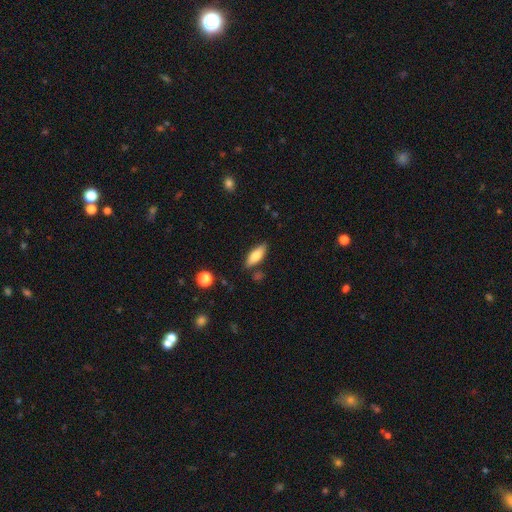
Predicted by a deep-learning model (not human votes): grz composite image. It shows a smooth galaxy with no disk features (73%) that is in between round and cigar-shaped (66%). Merging: none (81%).